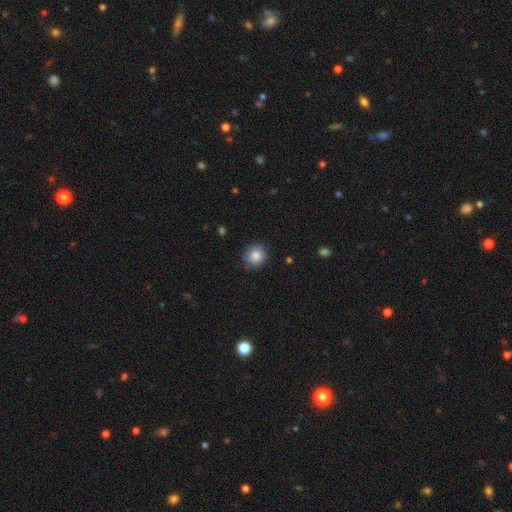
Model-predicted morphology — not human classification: Smooth or featured? Predicted: smooth (p=0.84). How rounded? Predicted: round (p=0.88). Merging? Predicted: none (p=0.77).